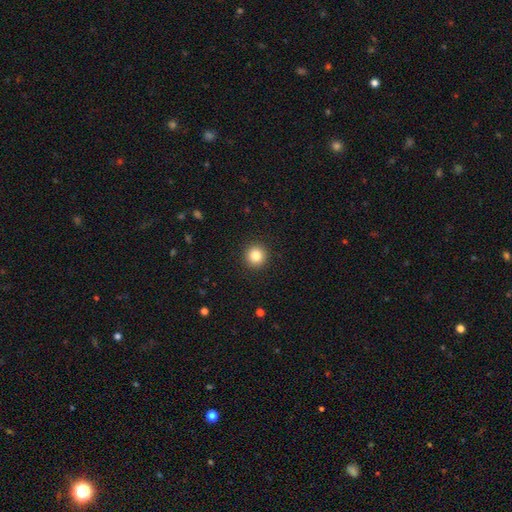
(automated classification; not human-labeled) Smooth or featured? smooth (83%)
How rounded? round (94%)
Merging? none (93%)